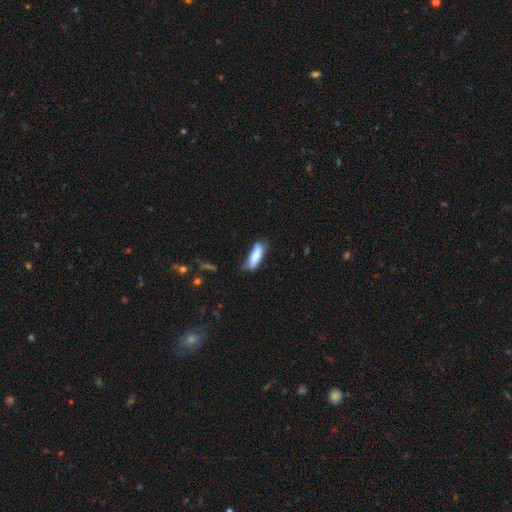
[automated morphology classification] This appears to be a smooth galaxy with no disk features (82%) that is cigar-shaped (53%). Merging: none (60%).